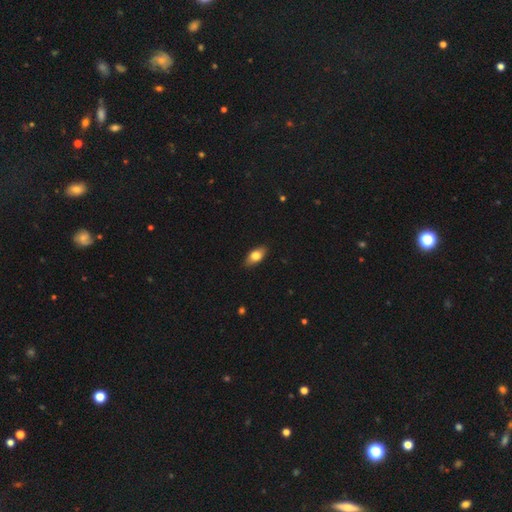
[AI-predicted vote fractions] Smooth or featured?
  - smooth: 75% *
  - featured or disk: 18%
  - star or artifact: 7%
How rounded?
  - in between: 87% *
  - cigar-shaped: 7%
  - round: 5%
Merging?
  - none: 86% *
  - minor disturbance: 11%
  - major disturbance: 2%
  - merger: 1%